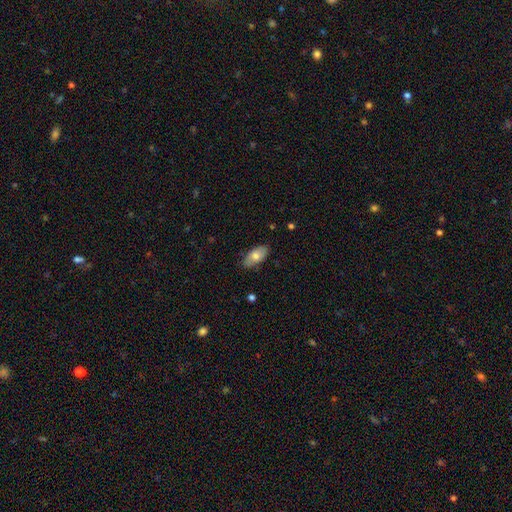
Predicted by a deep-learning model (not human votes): A smooth galaxy with no disk features (74%) that is in between round and cigar-shaped (93%). Merging: none (82%).